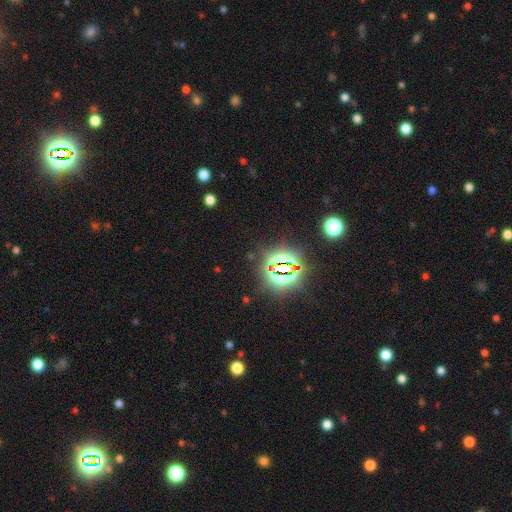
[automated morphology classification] Q: Smooth or featured?
A: star or artifact (80%); runner-up: smooth (12%)